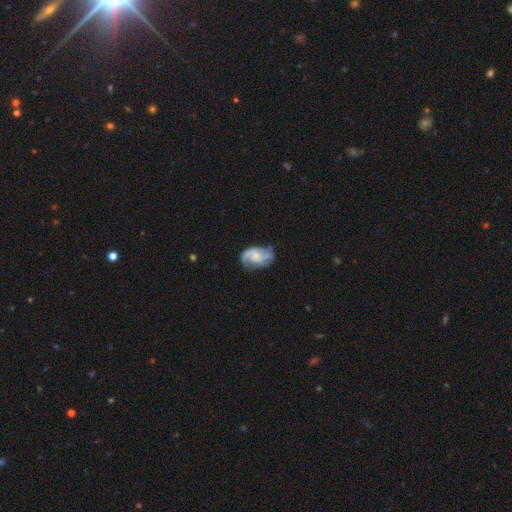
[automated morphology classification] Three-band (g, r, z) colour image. It shows a featured or disk galaxy (76%) with no bar (58%), 2 (60%) medium (46%) spiral arms (94%) and a small central bulge (37%). Merging: none (63%).